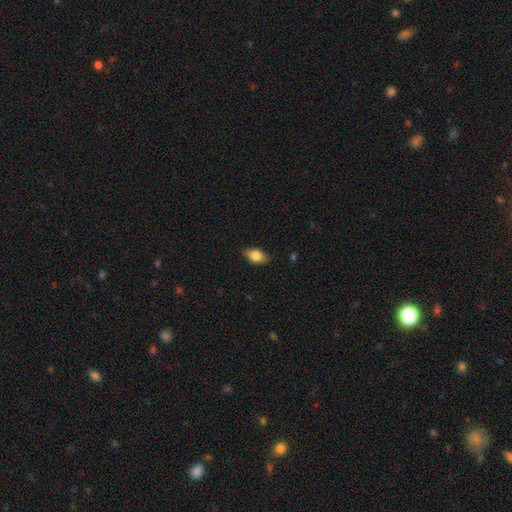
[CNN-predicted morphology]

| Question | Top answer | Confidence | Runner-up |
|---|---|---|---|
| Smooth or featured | smooth | 80% | featured or disk (13%) |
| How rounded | in between | 88% | round (8%) |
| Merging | none | 84% | minor disturbance (12%) |